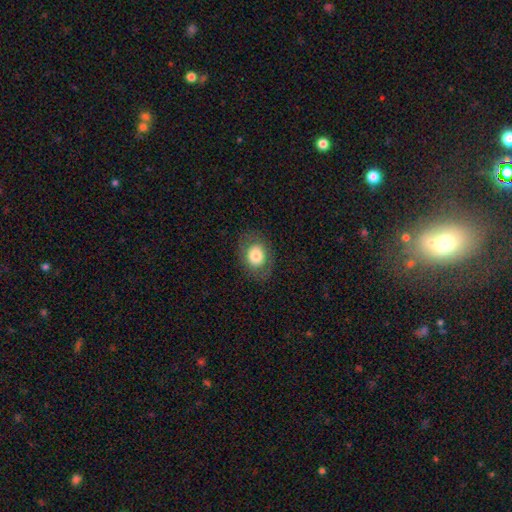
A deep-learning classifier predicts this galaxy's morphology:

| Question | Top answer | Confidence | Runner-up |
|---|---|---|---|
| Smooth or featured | smooth | 73% | featured or disk (19%) |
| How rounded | in between | 61% | round (38%) |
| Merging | none | 80% | minor disturbance (13%) |